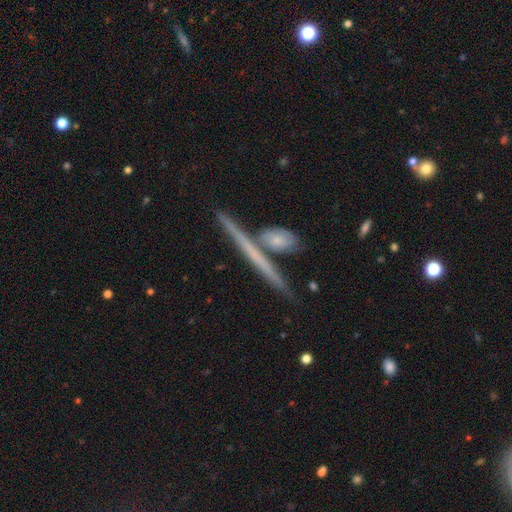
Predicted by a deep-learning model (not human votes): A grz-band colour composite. It shows a featured or disk galaxy (57%) viewed edge-on (95%) with no central bulge (84%). Merging: none (73%).